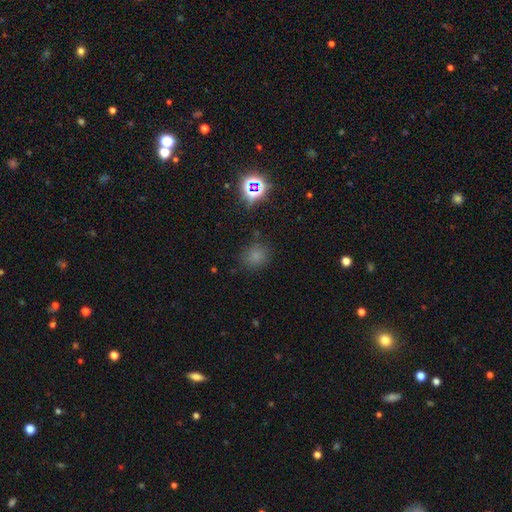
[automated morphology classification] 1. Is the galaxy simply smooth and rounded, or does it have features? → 70% smooth, 24% star or artifact, 6% featured or disk.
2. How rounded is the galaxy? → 76% round, 23% in between, 1% cigar-shaped.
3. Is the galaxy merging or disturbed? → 79% none, 13% minor disturbance, 5% major disturbance, 3% merger.